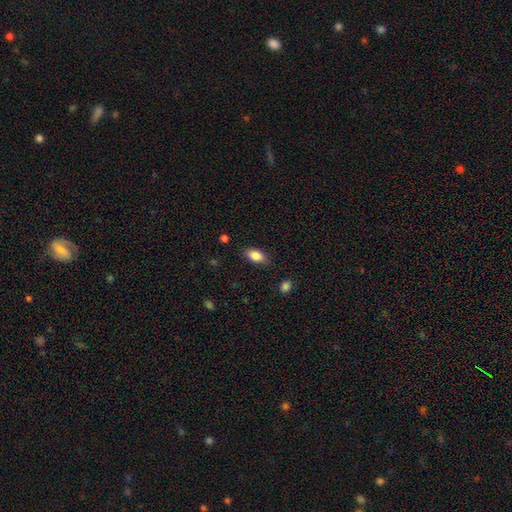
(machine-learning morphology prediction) A smooth galaxy with no disk features (85%) that is in between round and cigar-shaped (89%). Merging: none (86%).